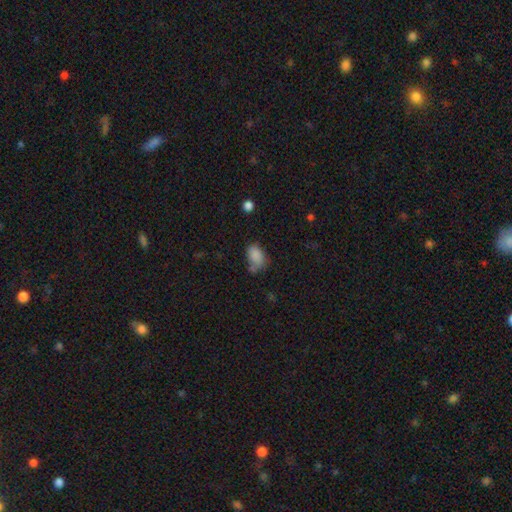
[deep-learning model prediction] Smooth or featured: smooth — 84% (star or artifact — 10%)
How rounded: in between — 84% (round — 15%)
Merging: none — 50% (minor disturbance — 26%)